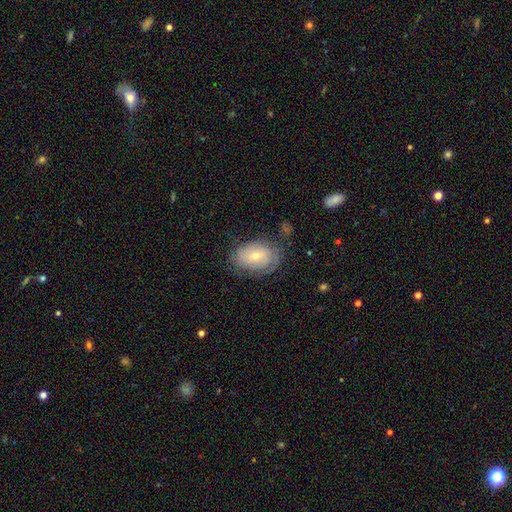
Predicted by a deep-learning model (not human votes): smooth 50%, featured or disk 41%, star or artifact 8%. Down the decision tree: how rounded — in between (76%); merging — none (63%).